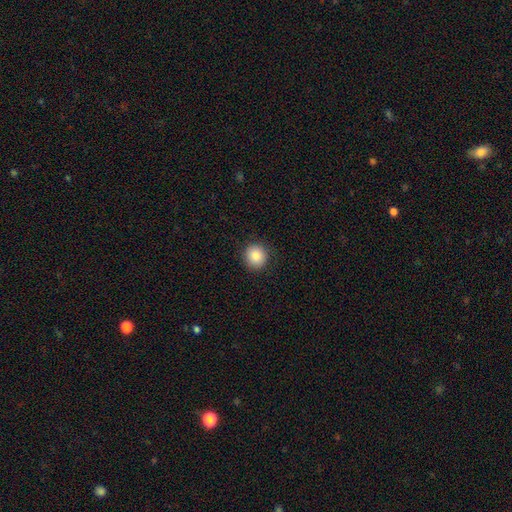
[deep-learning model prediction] This is clearly a smooth galaxy (87%). How rounded: clearly round (91%). Merging: clearly none (91%).